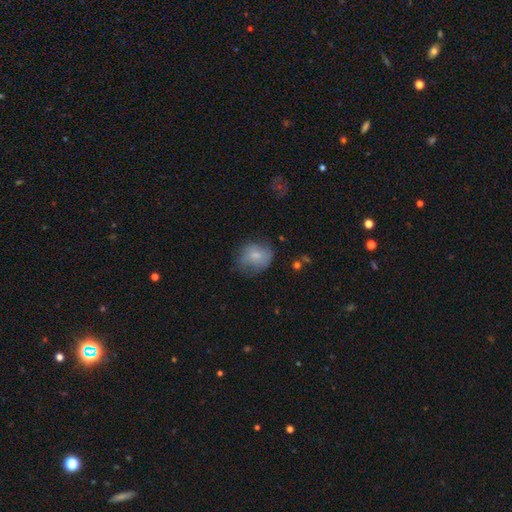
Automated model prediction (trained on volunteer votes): A smooth galaxy with no disk features (72%) that is round (59%). Merging: none (53%).